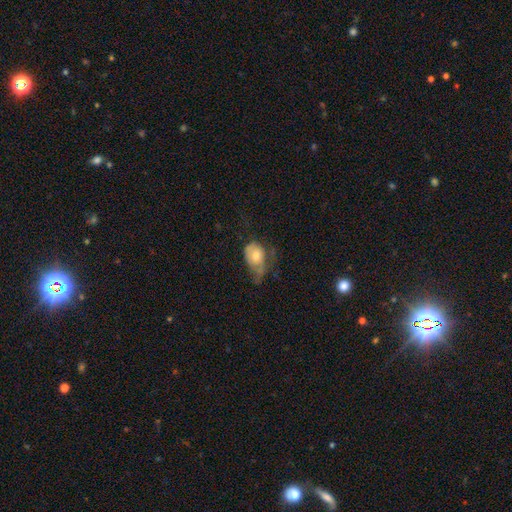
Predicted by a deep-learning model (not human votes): The model was most divided on "merging": major disturbance: 46%, minor disturbance: 31%, none: 19%, merger: 4%. More confident: how rounded — in between (73%); smooth or featured — smooth (62%).